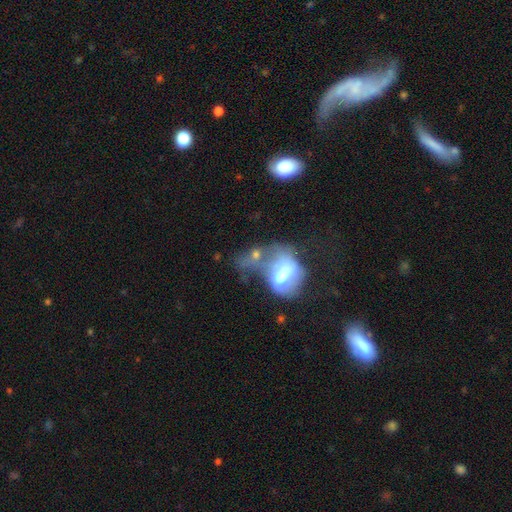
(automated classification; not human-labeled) smooth-or-featured: smooth: 48% | featured or disk: 39% | star or artifact: 13%
  merging: major disturbance: 39% | merger: 33% | none: 15% | minor disturbance: 13%